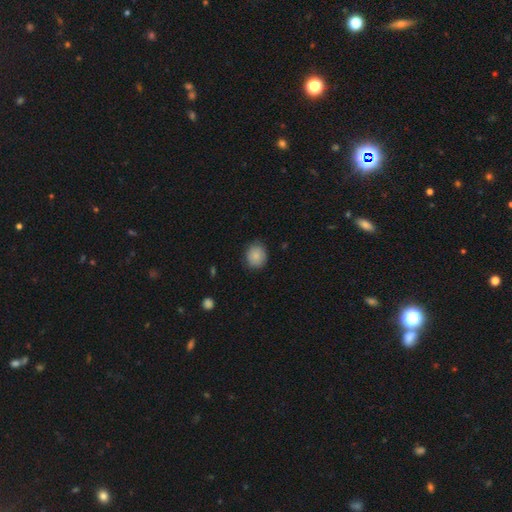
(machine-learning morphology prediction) The model was most divided on "how rounded": round: 73%, in between: 26%, cigar-shaped: 1%. More confident: smooth or featured — smooth (86%); merging — none (81%).